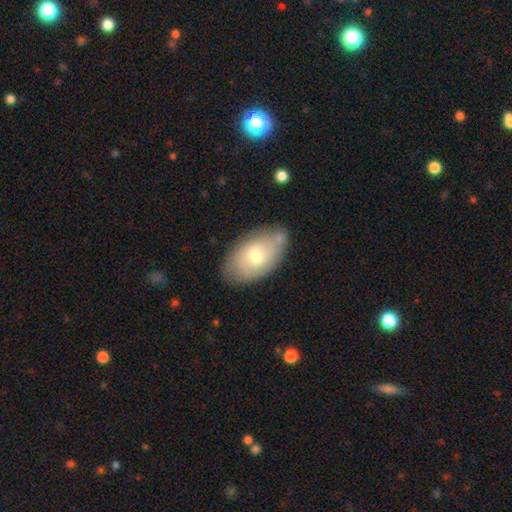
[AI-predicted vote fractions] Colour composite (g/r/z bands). It shows a smooth galaxy with no disk features (67%) that is in between round and cigar-shaped (93%). Merging: none (70%).